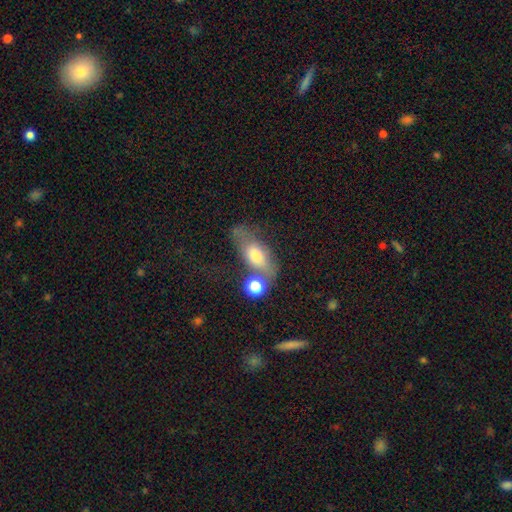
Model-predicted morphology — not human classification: smooth 64%, featured or disk 27%, star or artifact 9%. Down the decision tree: how rounded — in between (77%); merging — none (45%).